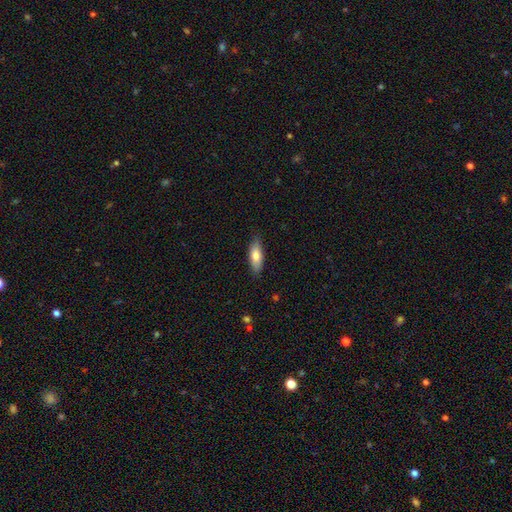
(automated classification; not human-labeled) smooth_or_featured: smooth (p=0.75) [alt: featured or disk p=0.19]
how_rounded: in between (p=0.67) [alt: cigar-shaped p=0.31]
merging: none (p=0.83) [alt: minor disturbance p=0.13]